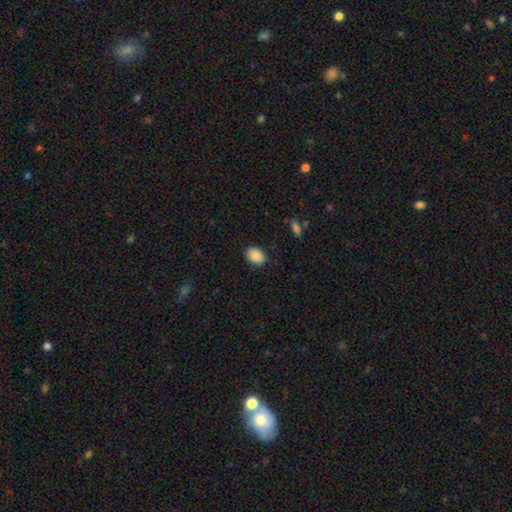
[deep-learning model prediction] A smooth galaxy with no disk features (89%) that is in between round and cigar-shaped (72%). Merging: none (86%).